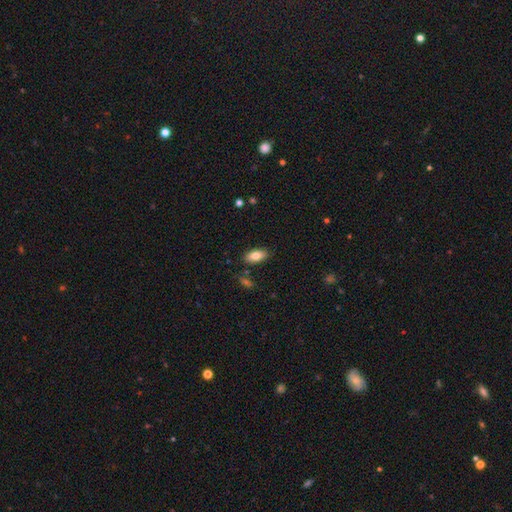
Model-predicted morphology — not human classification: smooth 80%, featured or disk 13%, star or artifact 7%. Down the decision tree: how rounded — in between (90%); merging — none (84%).